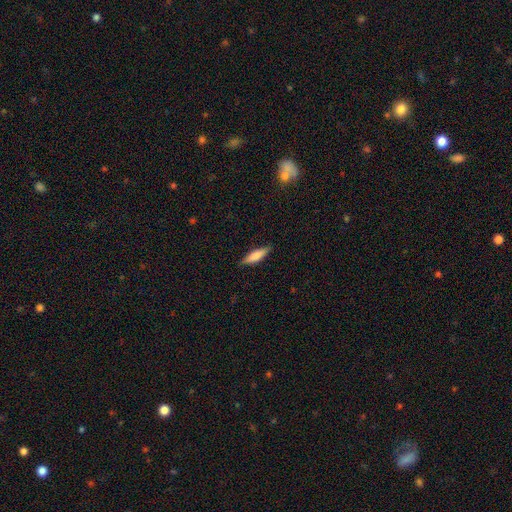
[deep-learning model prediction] A smooth galaxy with no disk features (72%) that is cigar-shaped (63%).

Vote fractions:
- Smooth or featured? smooth: 72% / featured or disk: 22% / star or artifact: 6%
- How rounded? cigar-shaped: 63% / in between: 35% / round: 2%
- Merging? none: 86% / minor disturbance: 11% / major disturbance: 2% / merger: 1%